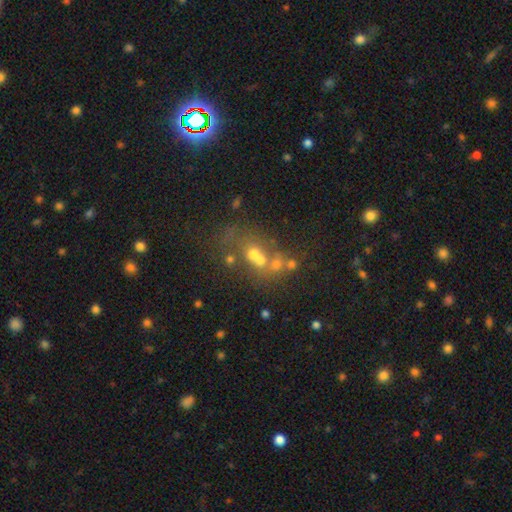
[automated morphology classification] type=smooth (42%); merging=merger (47%).